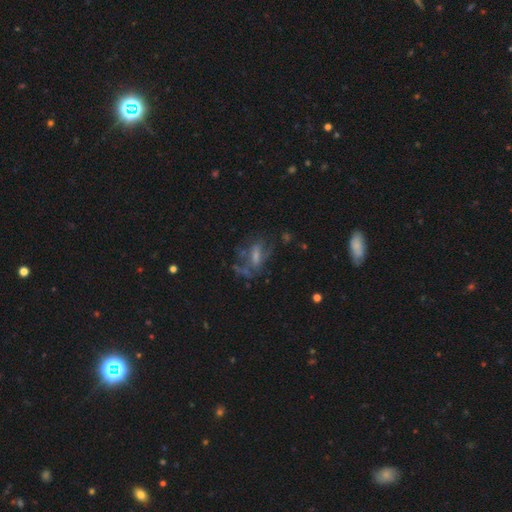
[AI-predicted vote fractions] Smooth or featured? Predicted: featured or disk (p=0.56). Edge-on disk? Predicted: no (p=0.89). Bar? Predicted: no (p=0.39). Spiral arms? Predicted: no (p=0.54). Bulge size? Predicted: small (p=0.32). Merging? Predicted: none (p=0.40).